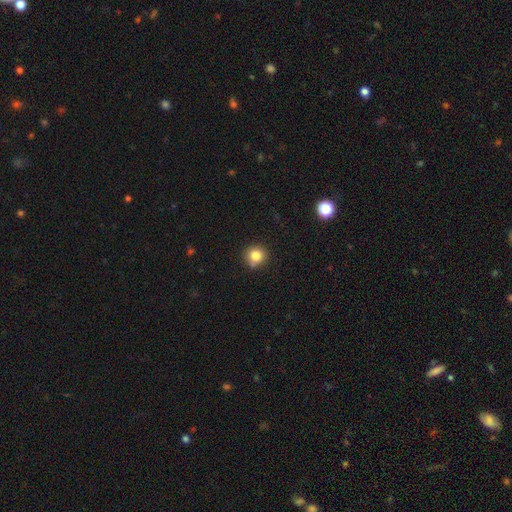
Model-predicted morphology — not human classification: Q: Smooth or featured?
A: smooth (81%); runner-up: star or artifact (12%)
Q: How rounded?
A: round (92%); runner-up: in between (7%)
Q: Merging?
A: none (79%); runner-up: minor disturbance (12%)